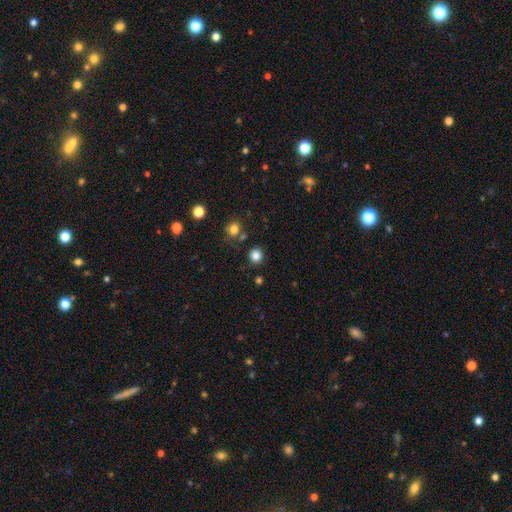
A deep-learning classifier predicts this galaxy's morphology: A smooth galaxy with no disk features (83%) that is round (88%). Merging: none (85%).